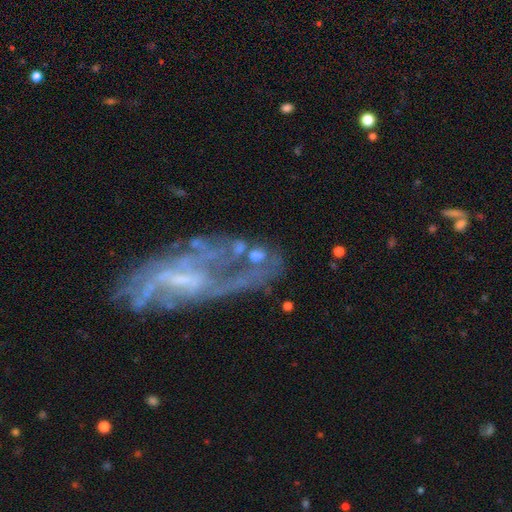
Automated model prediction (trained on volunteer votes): smooth-or-featured: featured or disk: 66% | smooth: 19% | star or artifact: 15%
  disk-edge-on: no: 93% | yes: 7%
    bar: no: 56% | weak: 29% | strong: 15%
    has-spiral-arms: yes: 50% (tied) | no: 50% (tied)
    bulge-size: none: 38% | small: 30% | moderate: 26% | large: 5% | dominant: 2%
  merging: none: 36% | major disturbance: 32% | minor disturbance: 16% | merger: 16%